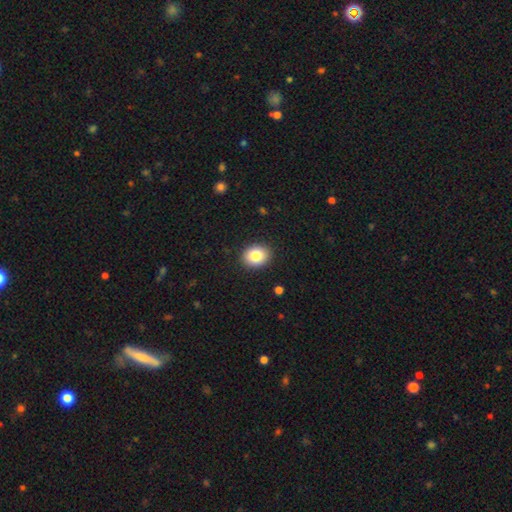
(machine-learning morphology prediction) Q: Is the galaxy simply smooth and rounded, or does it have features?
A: smooth — 83%.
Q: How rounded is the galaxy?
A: in between — 50%.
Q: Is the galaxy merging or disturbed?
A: none — 91%.